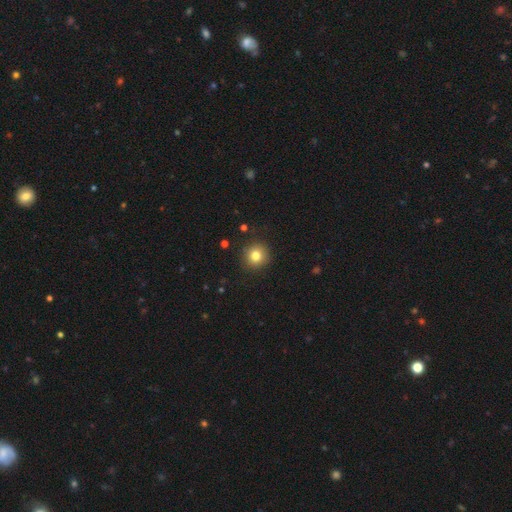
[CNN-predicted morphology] A smooth galaxy with no disk features (81%) that is round (93%). Merging: none (90%).